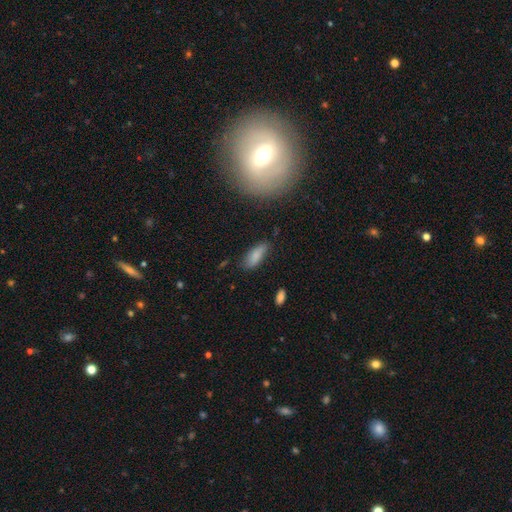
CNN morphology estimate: This appears to be a smooth galaxy with no disk features (82%) that is in between round and cigar-shaped (77%). Merging: none (73%).